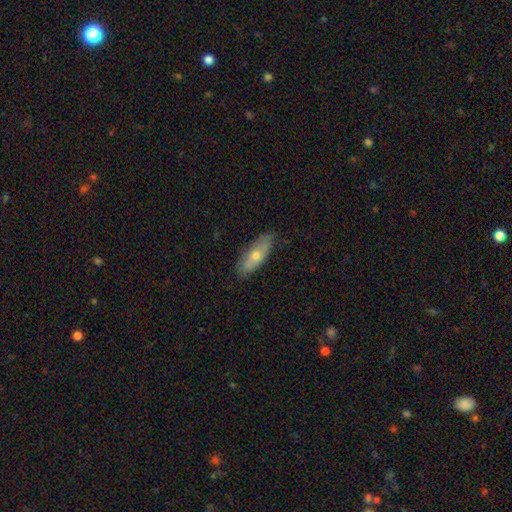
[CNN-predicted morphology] Smooth or featured? Predicted: smooth (p=0.59). How rounded? Predicted: in between (p=0.64). Merging? Predicted: none (p=0.82).